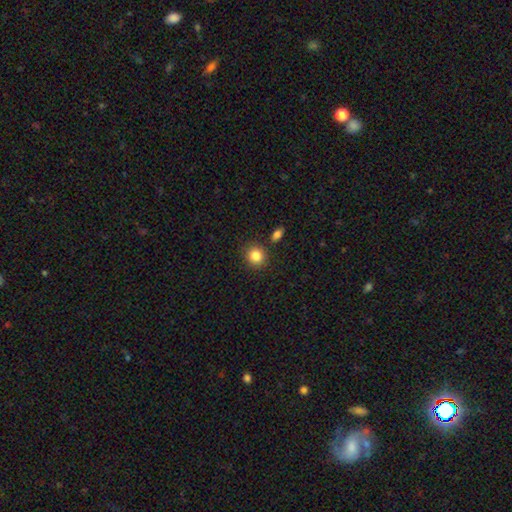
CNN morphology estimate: Smooth or featured? smooth (85%)
How rounded? round (83%)
Merging? none (84%)